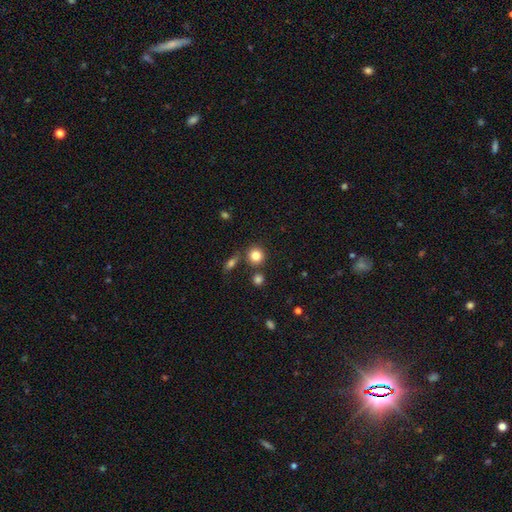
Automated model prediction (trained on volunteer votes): smooth_or_featured: smooth (p=0.83) [alt: star or artifact p=0.10]
how_rounded: round (p=0.89) [alt: in between p=0.10]
merging: none (p=0.77) [alt: merger p=0.11]